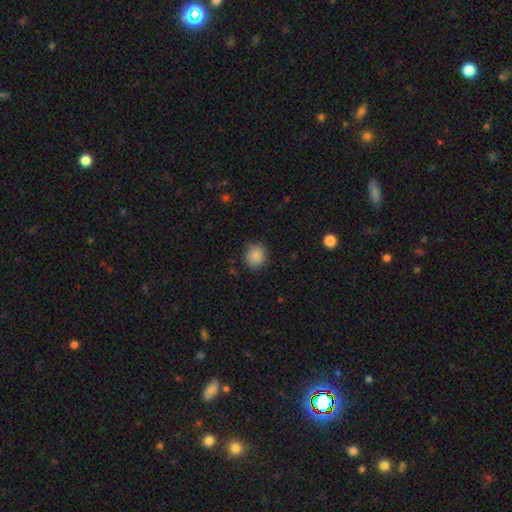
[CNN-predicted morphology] smooth-or-featured: smooth: 87% | star or artifact: 9% | featured or disk: 4%
  how-rounded: round: 81% | in between: 18% | cigar-shaped: 1%
  merging: none: 83% | minor disturbance: 12% | major disturbance: 3% | merger: 1%